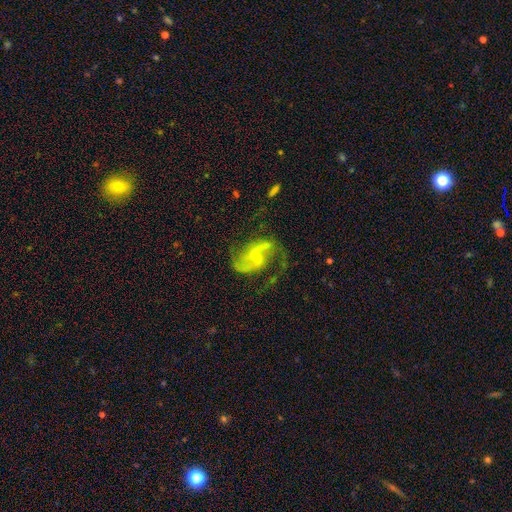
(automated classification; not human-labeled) Smooth or featured? featured or disk (87%)
Edge-on disk? no (98%)
Bar? weak (55%)
Spiral arms? yes (95%)
Spiral winding? loose (59%)
Spiral arm count? 2 (90%)
Bulge size? small (53%)
Merging? none (62%)